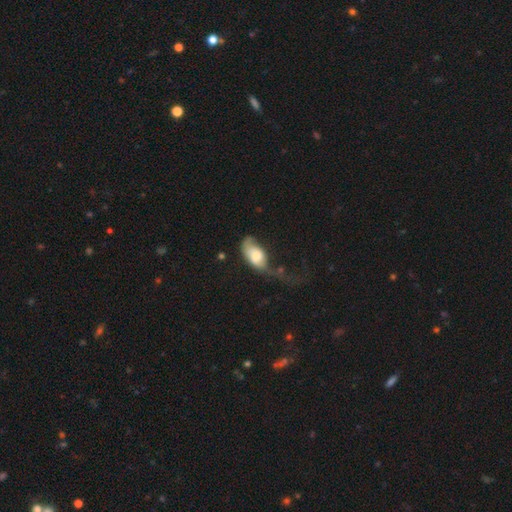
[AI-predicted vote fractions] This appears to be a smooth galaxy with no disk features (66%) that is in between round and cigar-shaped (91%). Merging: major disturbance (54%).